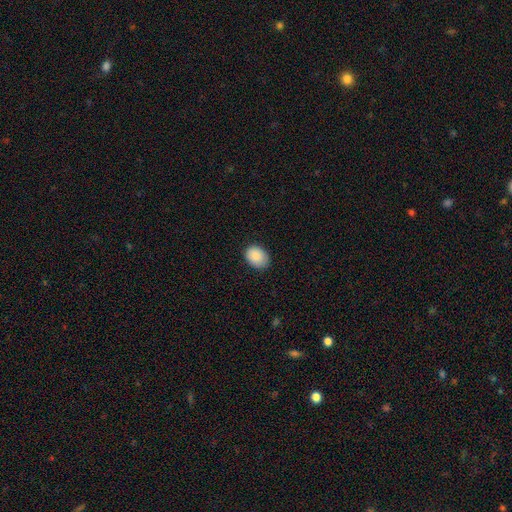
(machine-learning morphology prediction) The model was most divided on "how rounded": in between: 69%, round: 30%, cigar-shaped: 1%. More confident: smooth or featured — smooth (88%); merging — none (84%).